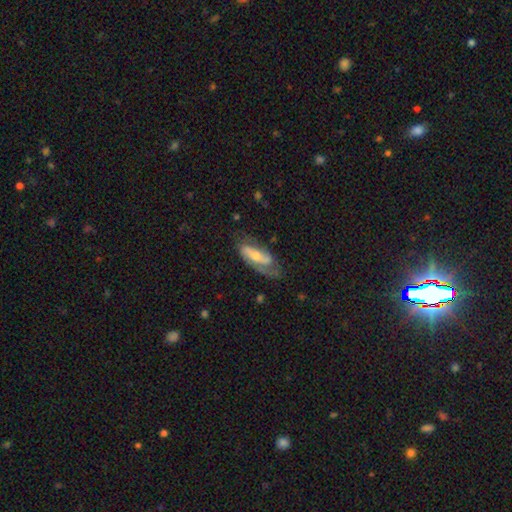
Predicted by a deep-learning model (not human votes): A featured or disk galaxy (72%) with a strong bar (40%), 2 (72%) medium (42%) spiral arms (85%) and a moderate central bulge (57%). Merging: none (59%).